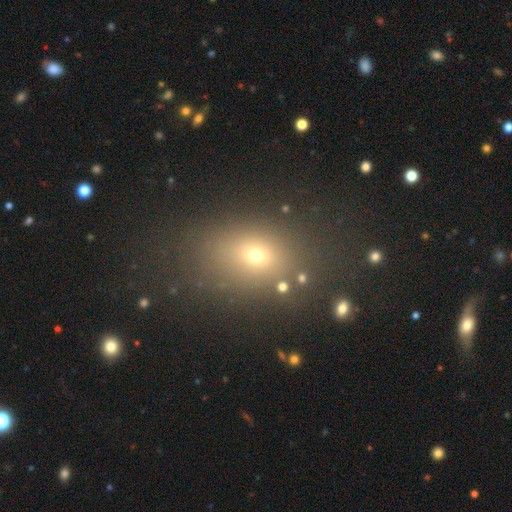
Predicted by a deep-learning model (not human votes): Smooth or featured?
  - smooth: 62% *
  - star or artifact: 25%
  - featured or disk: 13%
How rounded?
  - in between: 64% *
  - round: 33%
  - cigar-shaped: 2%
Merging?
  - none: 80% *
  - minor disturbance: 11%
  - major disturbance: 6%
  - merger: 3%